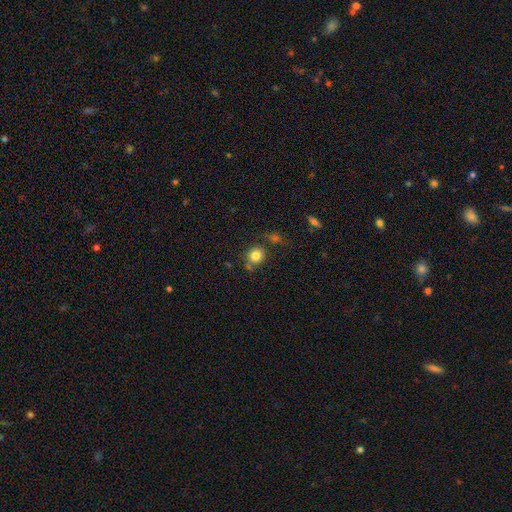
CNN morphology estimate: smooth 82%, star or artifact 11%, featured or disk 8%. Down the decision tree: how rounded — round (85%); merging — none (71%).